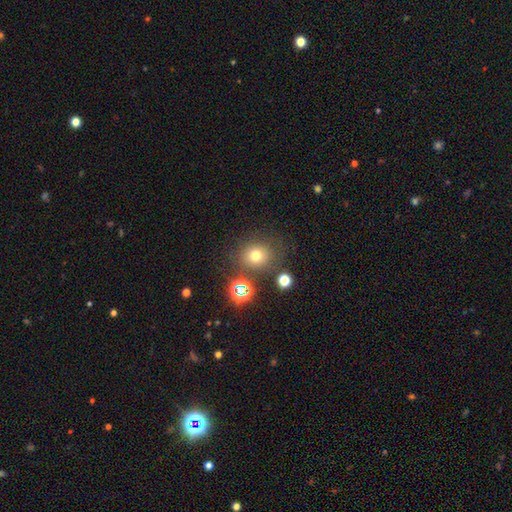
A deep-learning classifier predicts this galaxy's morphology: type=smooth (68%); roundness=round (79%); merging=none (75%).